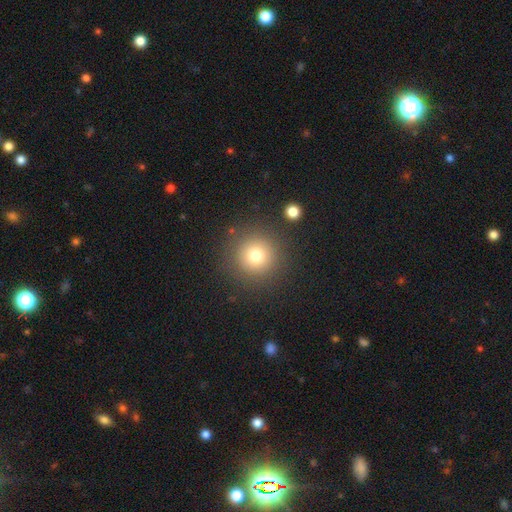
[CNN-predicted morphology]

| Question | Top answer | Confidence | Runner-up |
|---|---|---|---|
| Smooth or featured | smooth | 76% | star or artifact (14%) |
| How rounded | round | 95% | in between (4%) |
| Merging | none | 87% | minor disturbance (7%) |